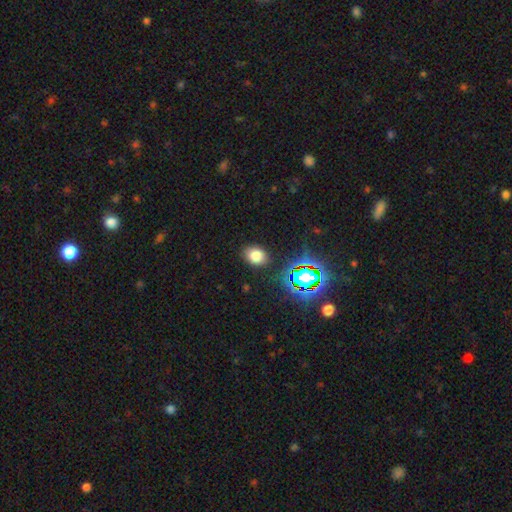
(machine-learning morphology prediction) Smooth or featured? Predicted: smooth (p=0.74). How rounded? Predicted: in between (p=0.60). Merging? Predicted: none (p=0.86).